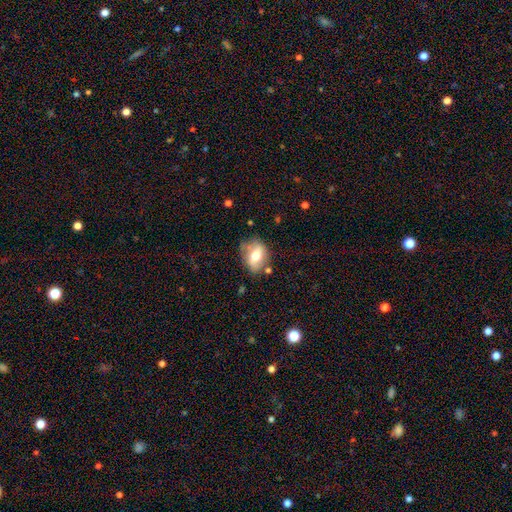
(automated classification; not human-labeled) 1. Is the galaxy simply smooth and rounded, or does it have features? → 55% smooth, 37% featured or disk, 8% star or artifact.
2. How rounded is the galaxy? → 67% in between, 31% round, 2% cigar-shaped.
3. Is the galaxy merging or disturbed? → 65% none, 23% minor disturbance, 8% major disturbance, 5% merger.